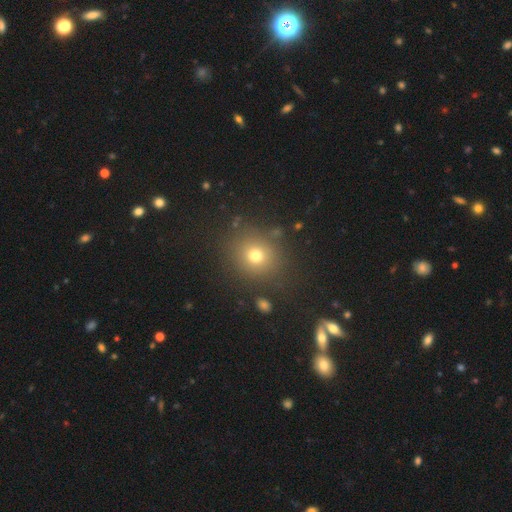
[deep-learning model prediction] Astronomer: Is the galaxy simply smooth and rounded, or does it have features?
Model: smooth — 73%.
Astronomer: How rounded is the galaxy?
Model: round — 82%.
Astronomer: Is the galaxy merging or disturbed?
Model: none — 84%.